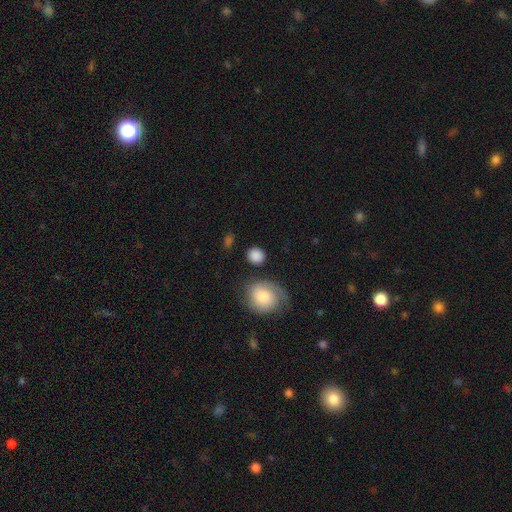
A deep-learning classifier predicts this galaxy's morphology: Smooth or featured? Predicted: smooth (p=0.85). How rounded? Predicted: round (p=0.80). Merging? Predicted: none (p=0.77).